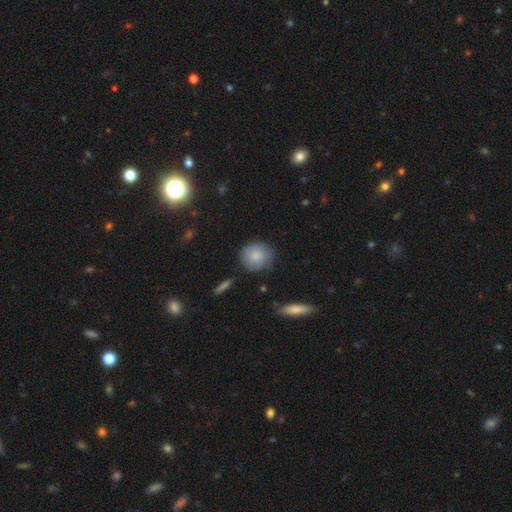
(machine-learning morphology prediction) This is clearly a smooth galaxy (83%). How rounded: clearly round (87%). Merging: likely none (78%).